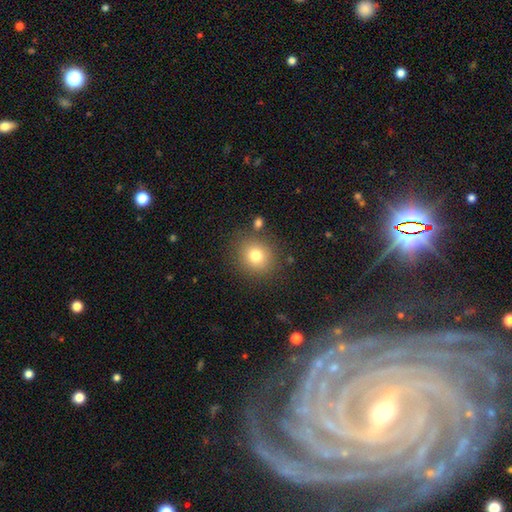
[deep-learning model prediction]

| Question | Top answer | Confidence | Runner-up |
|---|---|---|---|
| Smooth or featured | smooth | 77% | star or artifact (13%) |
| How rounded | round | 80% | in between (19%) |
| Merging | none | 82% | minor disturbance (10%) |